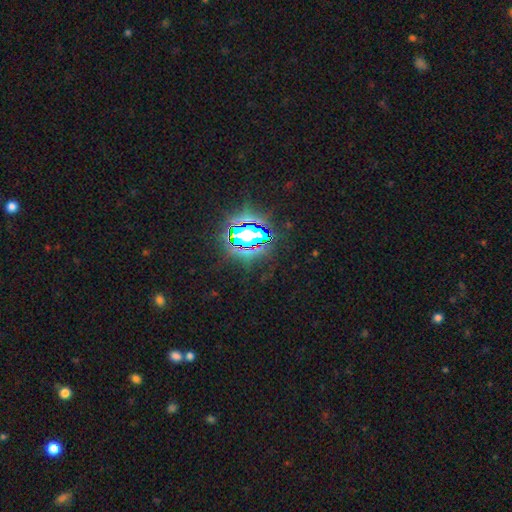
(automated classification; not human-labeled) This is clearly a star or artifact rather than a galaxy (81%).